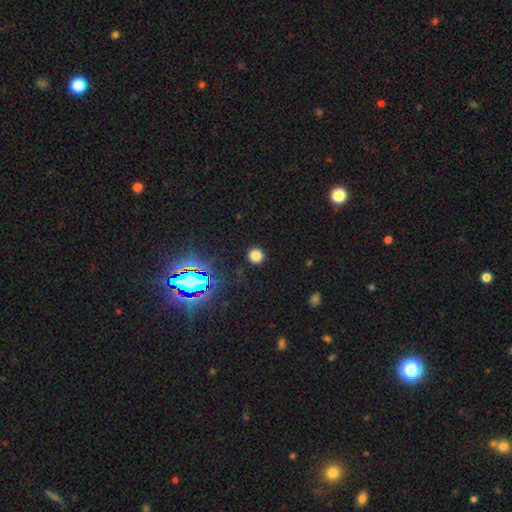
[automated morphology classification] type=smooth (74%); roundness=round (93%); merging=none (90%).